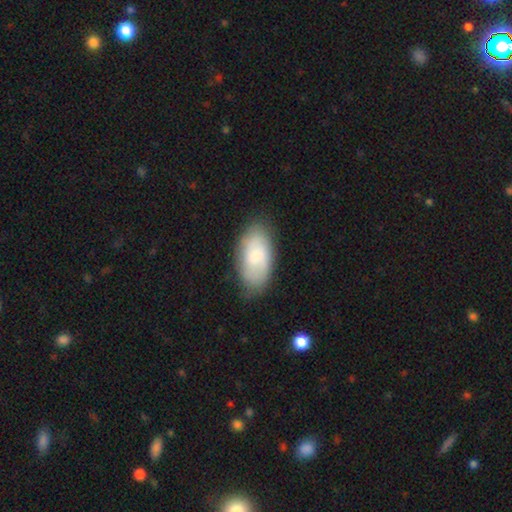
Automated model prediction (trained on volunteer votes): Overall: smooth (60%; featured or disk 33%). How rounded: in between (93%). Merging: none (76%).